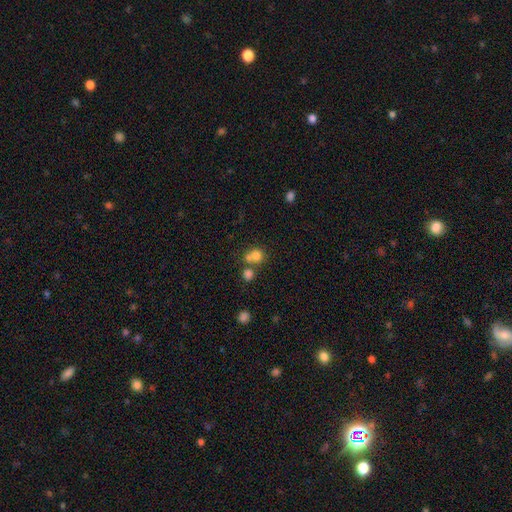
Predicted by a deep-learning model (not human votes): Smooth or featured? smooth (75%)
How rounded? round (81%)
Merging? none (46%)